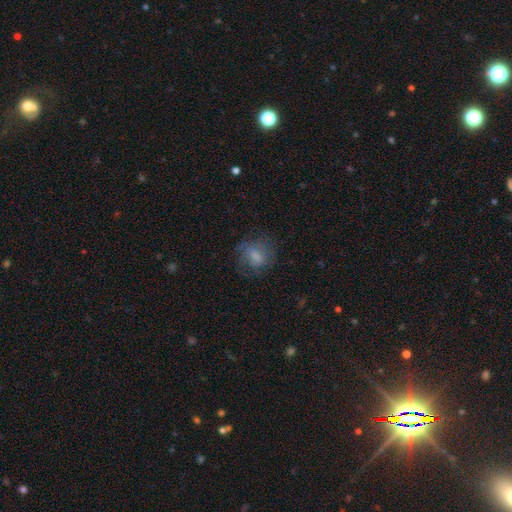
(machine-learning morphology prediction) Overall: smooth (58%; featured or disk 31%). How rounded: round (51%; in between 46%). Merging: none (58%; minor disturbance 21%).